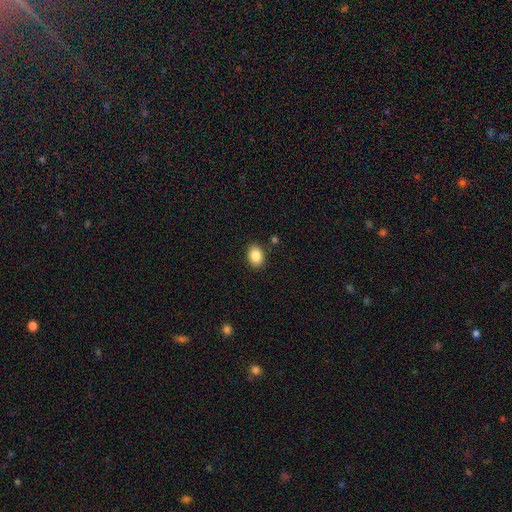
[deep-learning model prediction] smooth_or_featured: smooth (p=0.87) [alt: star or artifact p=0.08]
how_rounded: in between (p=0.74) [alt: round p=0.25]
merging: none (p=0.87) [alt: minor disturbance p=0.09]